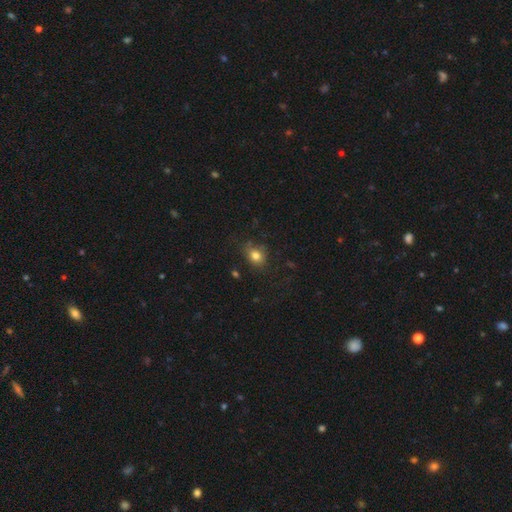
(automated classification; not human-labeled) Smooth or featured: smooth — 80% (star or artifact — 12%)
How rounded: round — 54% (in between — 45%)
Merging: none — 73% (minor disturbance — 19%)